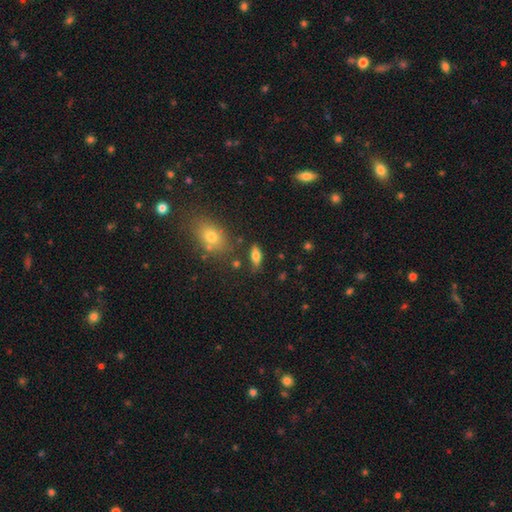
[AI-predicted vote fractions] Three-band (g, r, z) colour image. It shows a smooth galaxy with no disk features (68%) that is in between round and cigar-shaped (74%). Merging: none (78%).